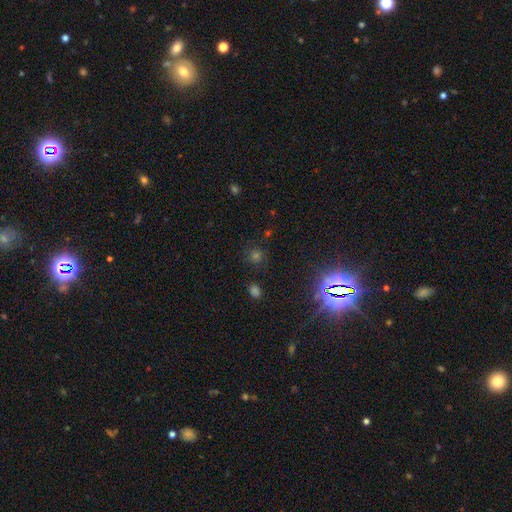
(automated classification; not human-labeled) Smooth or featured? star or artifact (53%)